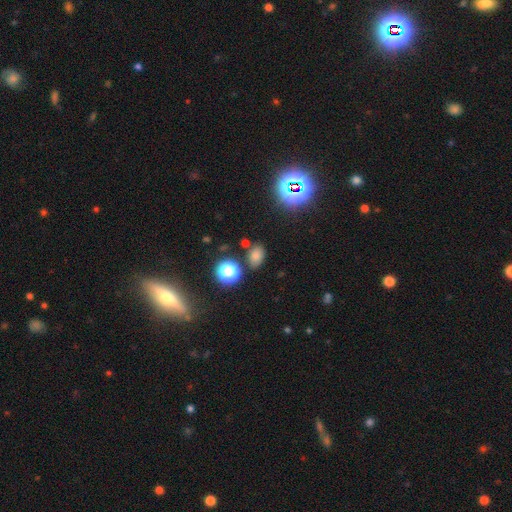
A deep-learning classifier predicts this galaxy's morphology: This is likely a smooth galaxy (71%). How rounded: likely in between (75%). Merging: likely none (79%).